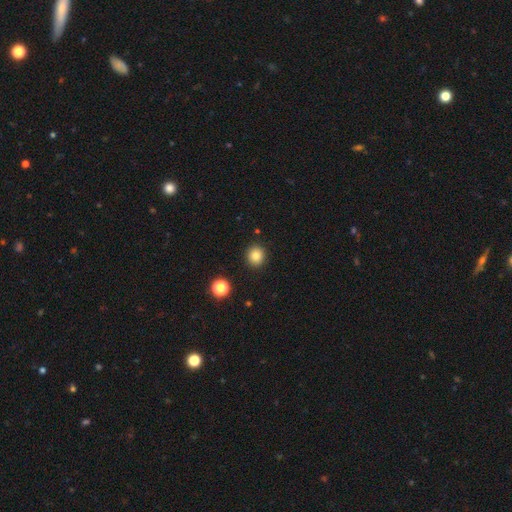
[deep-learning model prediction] Smooth or featured? Predicted: smooth (p=0.84). How rounded? Predicted: round (p=0.87). Merging? Predicted: none (p=0.90).